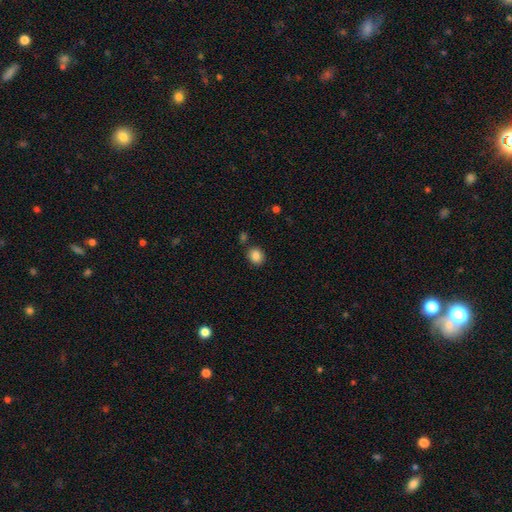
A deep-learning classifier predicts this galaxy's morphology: A smooth galaxy with no disk features (86%) that is round (71%).

Vote fractions:
- Smooth or featured? smooth: 86% / star or artifact: 9% / featured or disk: 4%
- How rounded? round: 71% / in between: 28% / cigar-shaped: 1%
- Merging? none: 82% / minor disturbance: 9% / merger: 6% / major disturbance: 3%